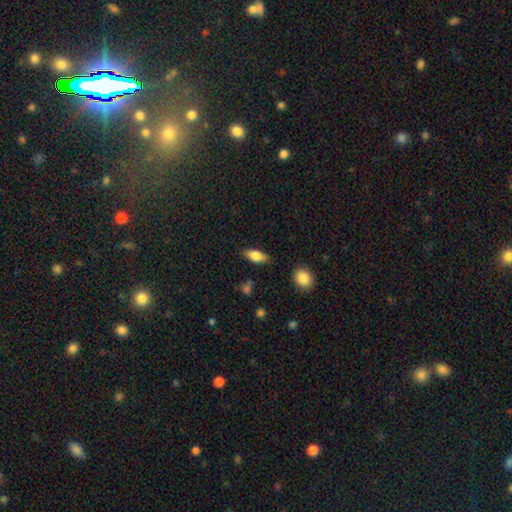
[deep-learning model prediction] smooth 77%, featured or disk 15%, star or artifact 7%. Down the decision tree: how rounded — in between (85%); merging — none (84%).